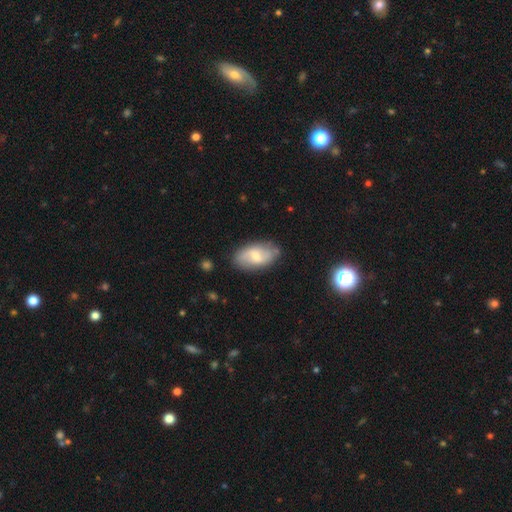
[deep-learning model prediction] smooth-or-featured: featured or disk: 53% | smooth: 41% | star or artifact: 6%
  disk-edge-on: no: 95% | yes: 5%
  merging: none: 78% | minor disturbance: 16% | major disturbance: 4% | merger: 2%